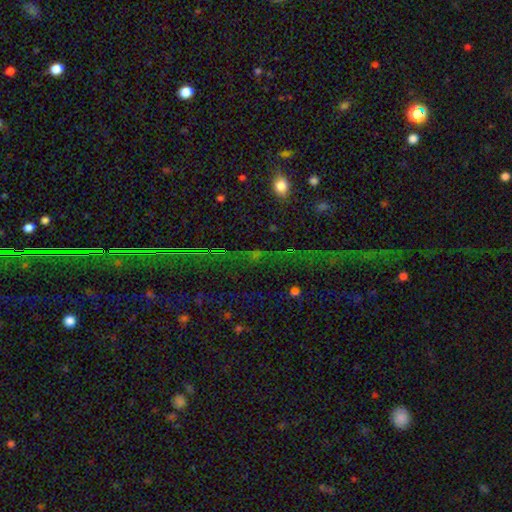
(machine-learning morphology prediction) type=star or artifact (61%).